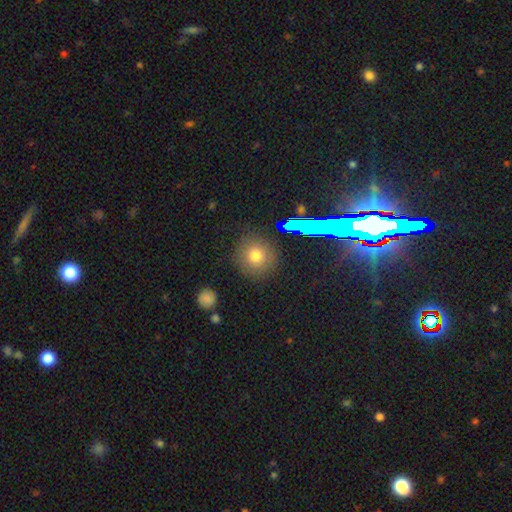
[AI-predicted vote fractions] Smooth or featured?
  - smooth: 74% *
  - star or artifact: 17%
  - featured or disk: 10%
How rounded?
  - round: 92% *
  - in between: 6%
  - cigar-shaped: 1%
Merging?
  - none: 87% *
  - minor disturbance: 8%
  - major disturbance: 3%
  - merger: 2%